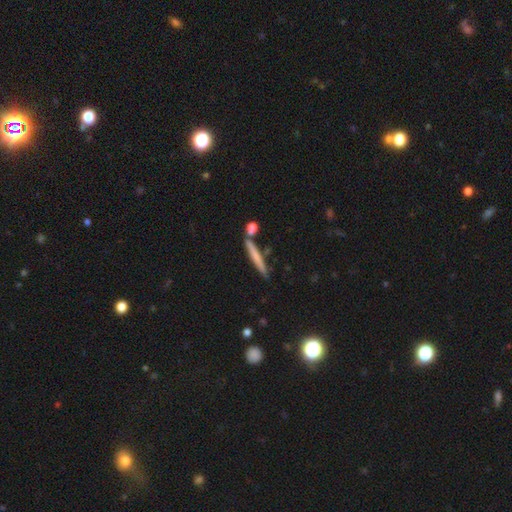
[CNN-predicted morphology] This is likely a smooth galaxy (60%). How rounded: clearly cigar-shaped (95%). Merging: likely none (78%).